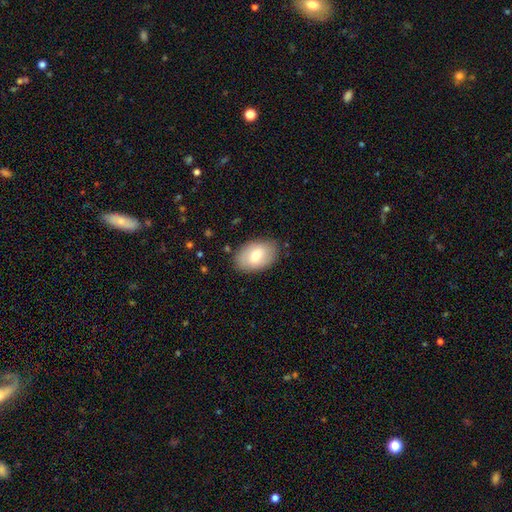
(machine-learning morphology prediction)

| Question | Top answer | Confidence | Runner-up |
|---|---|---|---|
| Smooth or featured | smooth | 71% | featured or disk (23%) |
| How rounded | in between | 89% | round (9%) |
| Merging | none | 83% | minor disturbance (12%) |